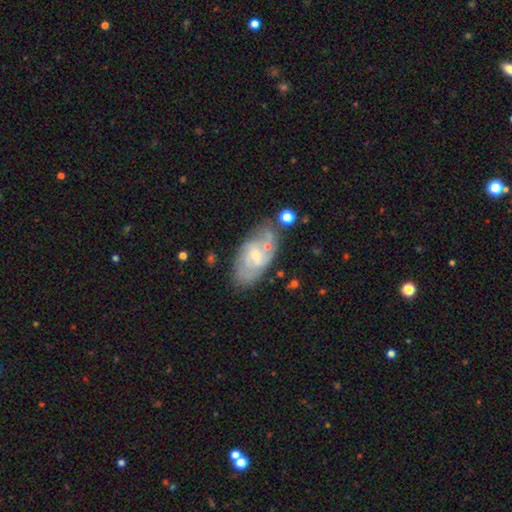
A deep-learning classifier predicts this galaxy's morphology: Overall: featured or disk (70%). Edge-on disk: no (95%). Bar: weak (47%; no 43%). Spiral arms: yes (84%). Spiral arm count: 2 (50%; can't tell 31%). Spiral winding: medium (43%; tight 39%). Bulge size: small (65%; moderate 28%). Merging: none (60%; minor disturbance 21%).